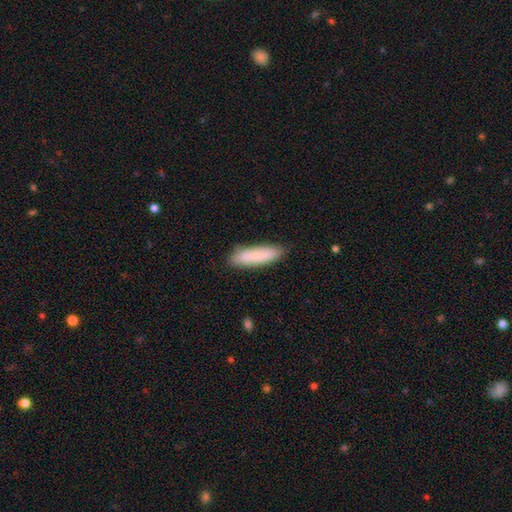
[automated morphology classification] Smooth or featured?
  - smooth: 80% *
  - featured or disk: 13%
  - star or artifact: 7%
How rounded?
  - cigar-shaped: 64% *
  - in between: 35%
  - round: 2%
Merging?
  - none: 80% *
  - minor disturbance: 15%
  - major disturbance: 3%
  - merger: 2%